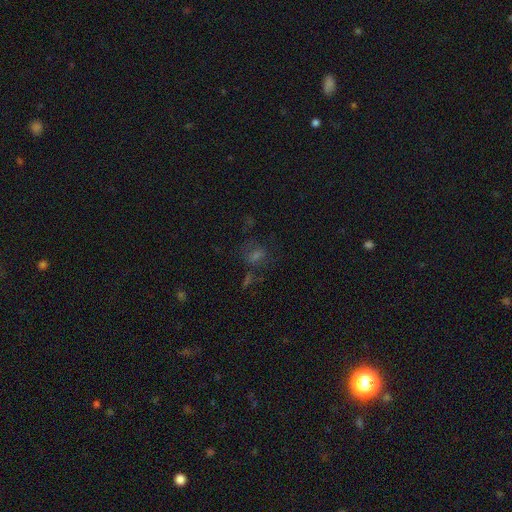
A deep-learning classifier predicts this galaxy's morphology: Overall: star or artifact (43%; smooth 35%).